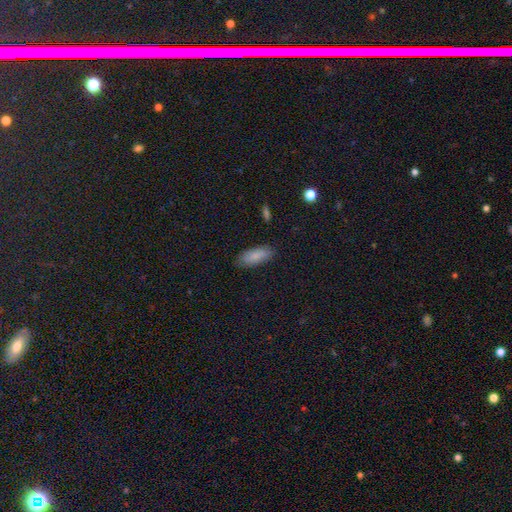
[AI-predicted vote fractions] The model was most divided on "how rounded": in between: 77%, cigar-shaped: 21%, round: 2%. More confident: smooth or featured — smooth (83%); merging — none (83%).